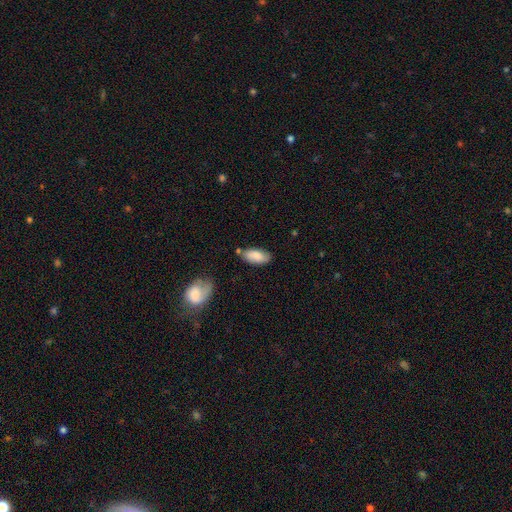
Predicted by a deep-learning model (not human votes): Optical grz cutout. It shows a smooth galaxy with no disk features (79%) that is in between round and cigar-shaped (91%). Merging: none (71%).